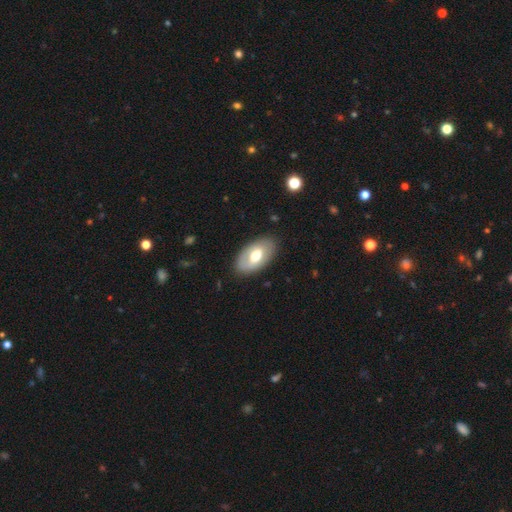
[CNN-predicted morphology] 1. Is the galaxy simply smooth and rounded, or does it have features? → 55% smooth, 40% featured or disk, 5% star or artifact.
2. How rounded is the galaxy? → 93% in between, 5% round, 2% cigar-shaped.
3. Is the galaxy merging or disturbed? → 84% none, 12% minor disturbance, 3% major disturbance, 1% merger.